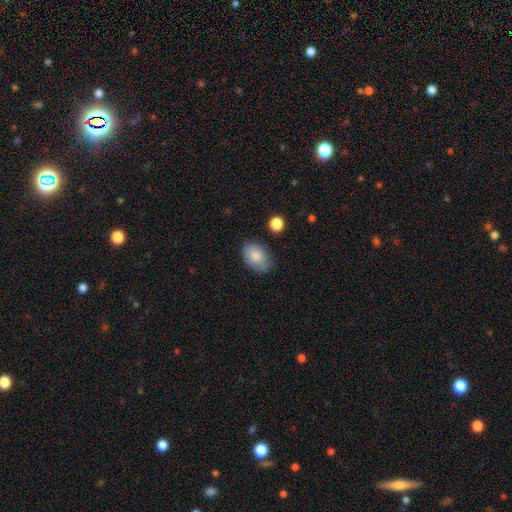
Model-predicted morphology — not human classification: This appears to be a smooth galaxy with no disk features (83%) that is in between round and cigar-shaped (87%). Merging: none (72%).